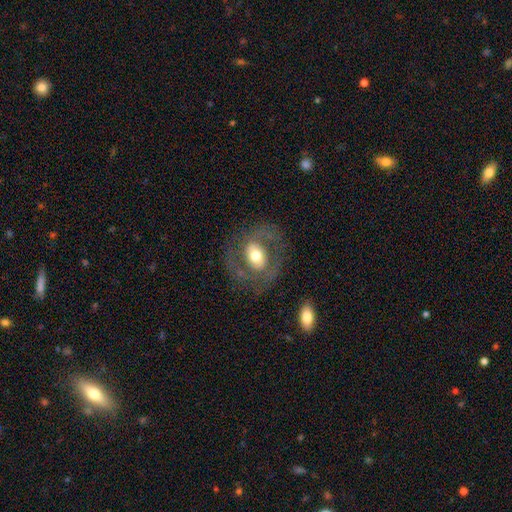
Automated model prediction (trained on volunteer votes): The model was most divided on "spiral arms": no: 52%, yes: 48%. Remaining: edge-on disk — no (94%); merging — none (72%); bulge size — moderate (64%); smooth or featured — featured or disk (60%); bar — no (47%).